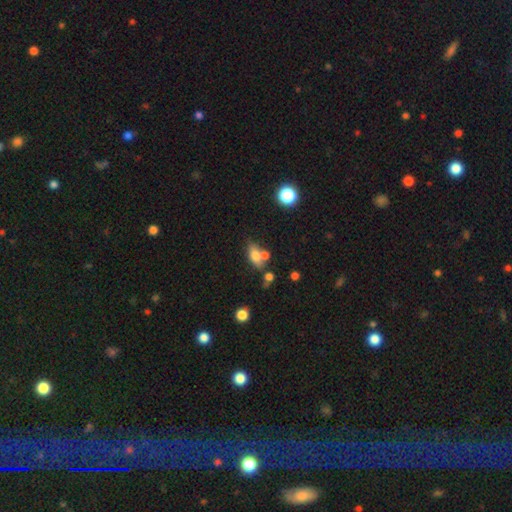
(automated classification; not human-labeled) Smooth or featured?
  - smooth: 70% *
  - featured or disk: 20%
  - star or artifact: 11%
How rounded?
  - in between: 80% *
  - cigar-shaped: 10%
  - round: 10%
Merging?
  - none: 49% *
  - merger: 30%
  - minor disturbance: 15%
  - major disturbance: 6%